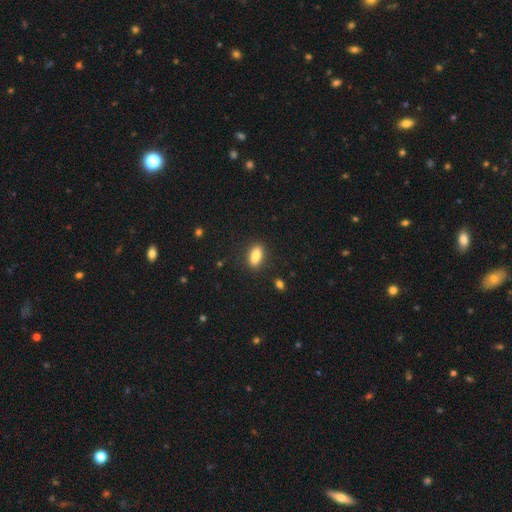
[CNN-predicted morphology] Smooth or featured? Predicted: smooth (p=0.83). How rounded? Predicted: in between (p=0.85). Merging? Predicted: none (p=0.87).